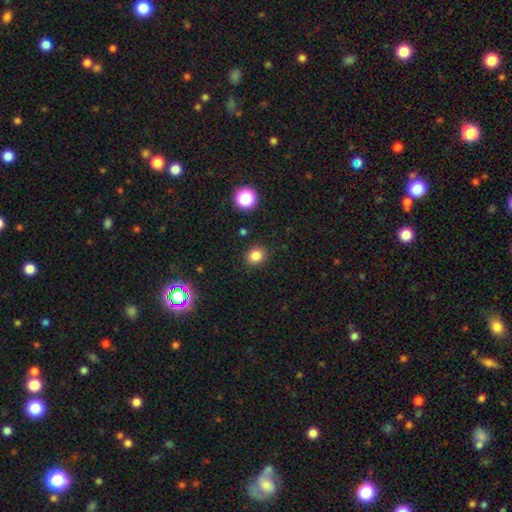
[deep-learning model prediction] Smooth or featured?
  - smooth: 82% *
  - star or artifact: 13%
  - featured or disk: 5%
How rounded?
  - round: 78% *
  - in between: 21%
  - cigar-shaped: 1%
Merging?
  - none: 89% *
  - minor disturbance: 7%
  - major disturbance: 2%
  - merger: 2%